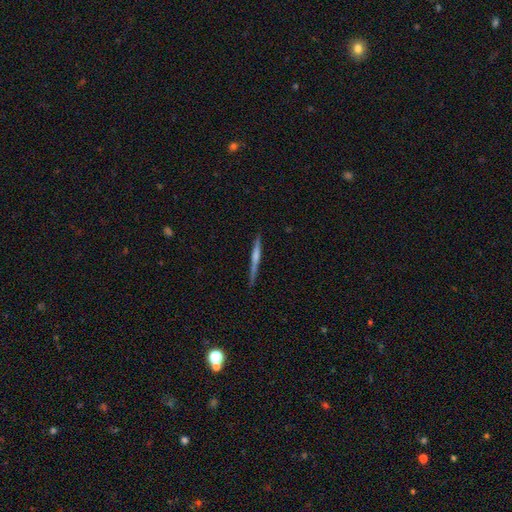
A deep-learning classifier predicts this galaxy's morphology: A featured or disk galaxy (66%) viewed edge-on (98%) with a rounded central bulge (54%).

Vote fractions:
- Smooth or featured? featured or disk: 66% / smooth: 26% / star or artifact: 8%
- Edge-on disk? yes: 98% / no: 2%
- Edge-on bulge? rounded: 54% / none: 36% / boxy: 11%
- Merging? none: 89% / minor disturbance: 8% / major disturbance: 1% / merger: 1%